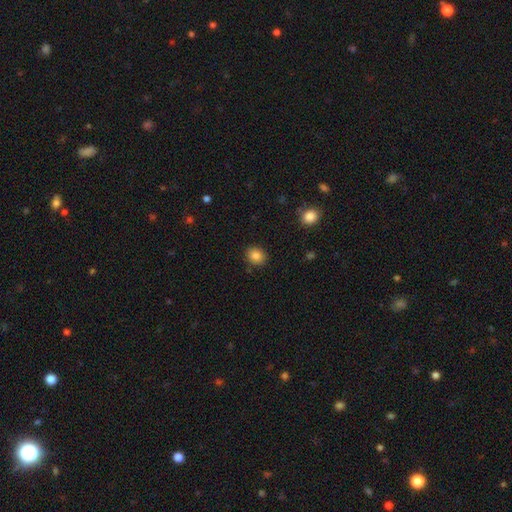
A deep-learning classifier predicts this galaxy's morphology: smooth-or-featured: smooth: 85% | star or artifact: 10% | featured or disk: 5%
  how-rounded: round: 67% | in between: 32% | cigar-shaped: 1%
  merging: none: 89% | minor disturbance: 8% | major disturbance: 2% | merger: 2%